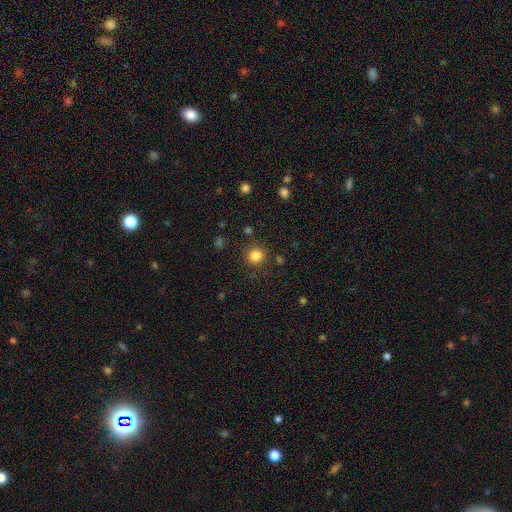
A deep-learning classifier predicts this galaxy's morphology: Smooth or featured: smooth — 83% (star or artifact — 13%)
How rounded: round — 90% (in between — 9%)
Merging: none — 87% (minor disturbance — 8%)